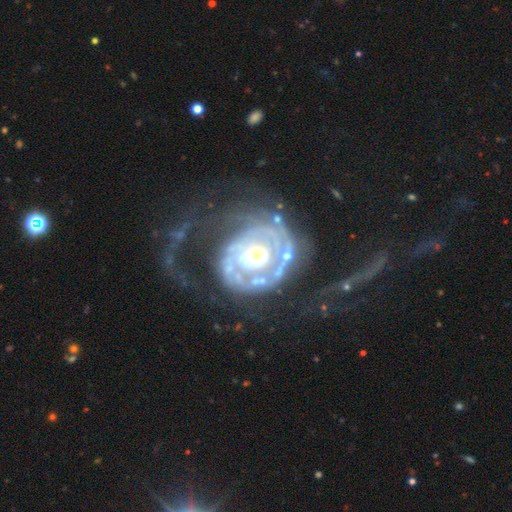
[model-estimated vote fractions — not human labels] This appears to be a featured or disk galaxy (86%) with no bar (70%), 2 (35%) tight (48%) spiral arms (80%) and a moderate central bulge (59%). Merging: major disturbance (48%).